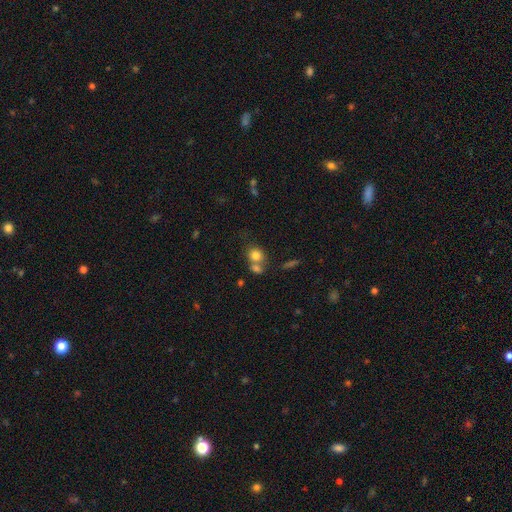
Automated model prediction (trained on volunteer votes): Smooth or featured?
  - smooth: 78% *
  - featured or disk: 11%
  - star or artifact: 11%
How rounded?
  - round: 69% *
  - in between: 29%
  - cigar-shaped: 1%
Merging?
  - none: 45% *
  - merger: 39%
  - minor disturbance: 11%
  - major disturbance: 5%